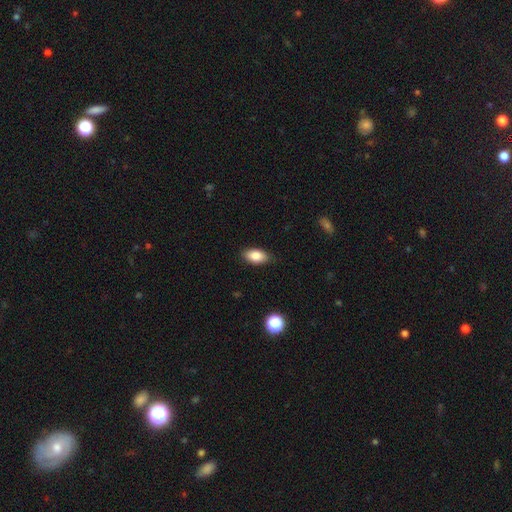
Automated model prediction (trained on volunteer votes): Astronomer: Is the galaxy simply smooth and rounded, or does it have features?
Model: smooth — 86%.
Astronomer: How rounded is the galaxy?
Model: in between — 91%.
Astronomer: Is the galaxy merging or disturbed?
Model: none — 84%.